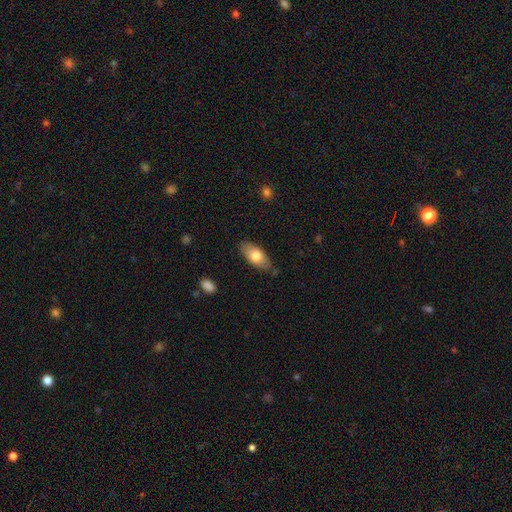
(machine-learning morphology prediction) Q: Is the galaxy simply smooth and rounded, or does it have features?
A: smooth — 76%.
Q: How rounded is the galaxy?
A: in between — 88%.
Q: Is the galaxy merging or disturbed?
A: none — 77%.